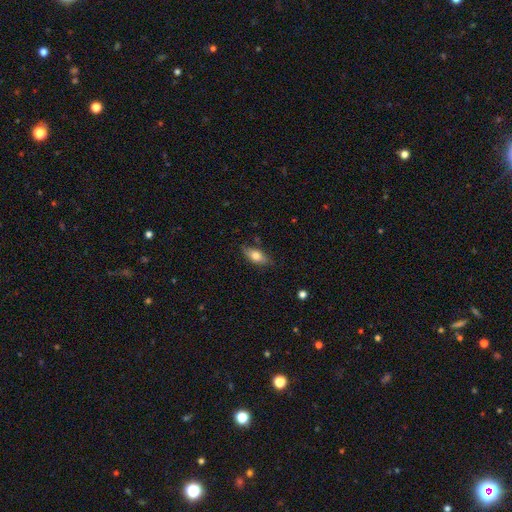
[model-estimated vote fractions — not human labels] This is likely a smooth galaxy (68%). How rounded: likely in between (78%). Merging: likely none (78%).